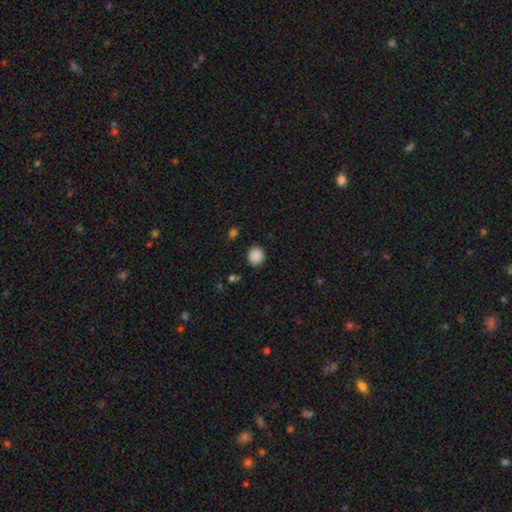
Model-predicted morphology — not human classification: The model was most divided on "how rounded": round: 87%, in between: 12%, cigar-shaped: 1%. More confident: merging — none (89%); smooth or featured — smooth (88%).